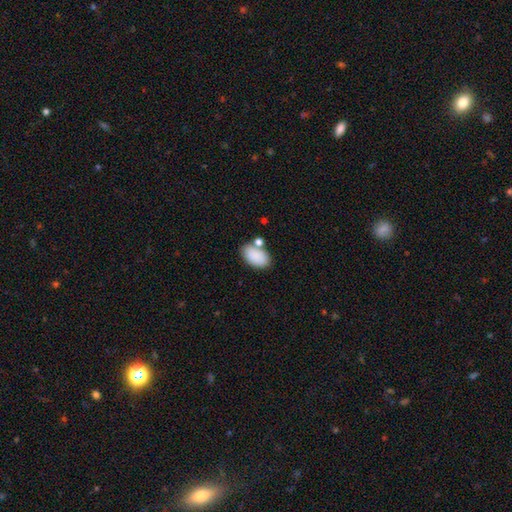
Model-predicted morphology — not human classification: Smooth or featured? smooth (87%)
How rounded? in between (94%)
Merging? none (64%)